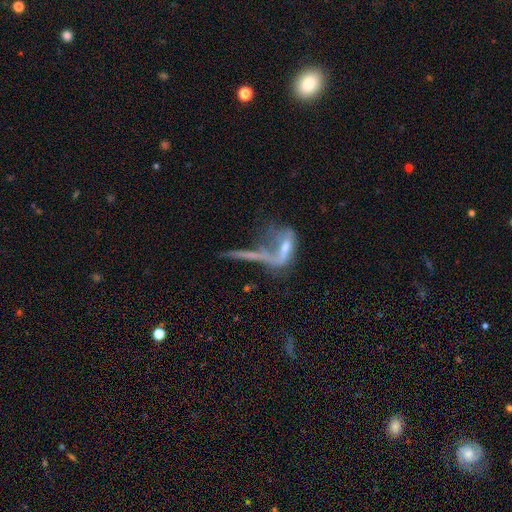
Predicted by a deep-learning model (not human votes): Q: Smooth or featured?
A: featured or disk (55%); runner-up: smooth (30%)
Q: Edge-on disk?
A: no (65%); runner-up: yes (35%)
Q: Merging?
A: merger (46%); runner-up: major disturbance (24%)